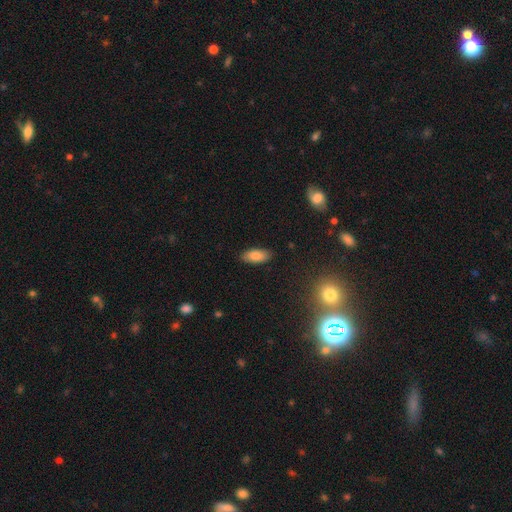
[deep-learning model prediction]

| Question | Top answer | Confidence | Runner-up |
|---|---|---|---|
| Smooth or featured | smooth | 83% | featured or disk (9%) |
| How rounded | in between | 87% | cigar-shaped (11%) |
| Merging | none | 87% | minor disturbance (10%) |